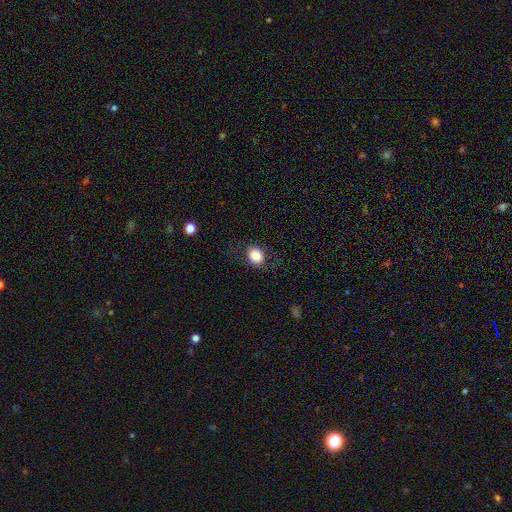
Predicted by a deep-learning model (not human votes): A smooth galaxy with no disk features (84%) that is round (56%). Merging: none (82%).